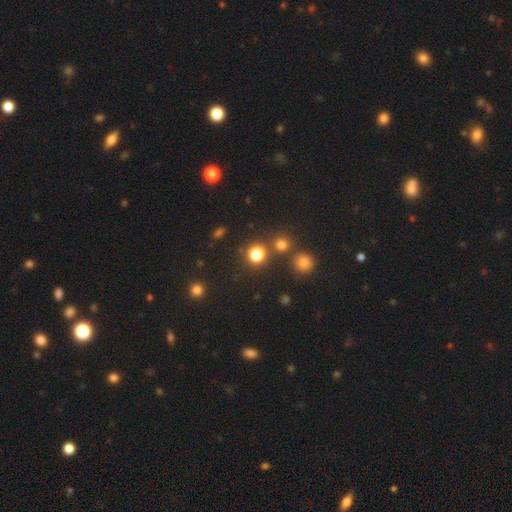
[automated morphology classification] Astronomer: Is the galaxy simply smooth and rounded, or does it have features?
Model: smooth — 56% (runner-up: star or artifact, 38%).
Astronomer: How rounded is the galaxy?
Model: round — 91%.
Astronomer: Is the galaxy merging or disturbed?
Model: none — 79%.